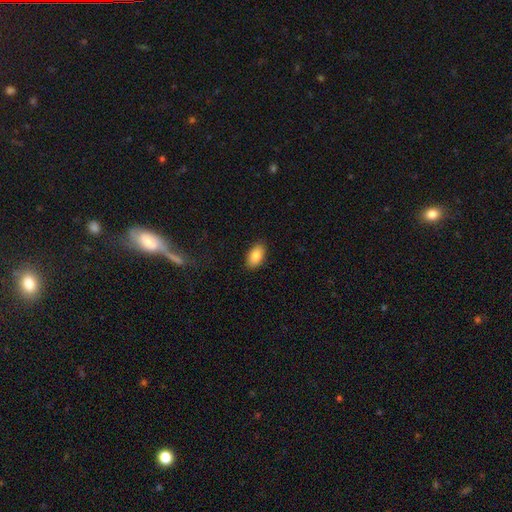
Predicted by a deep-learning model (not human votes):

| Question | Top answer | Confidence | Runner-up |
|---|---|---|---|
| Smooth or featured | smooth | 85% | featured or disk (8%) |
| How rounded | in between | 93% | round (5%) |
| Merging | none | 88% | minor disturbance (9%) |